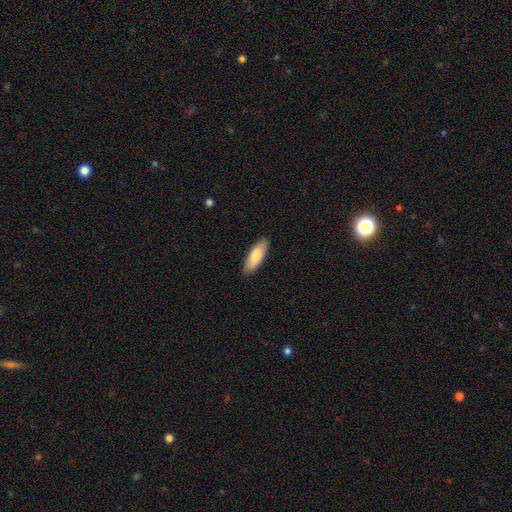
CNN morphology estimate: A smooth galaxy with no disk features (82%) that is in between round and cigar-shaped (62%). Merging: none (88%).